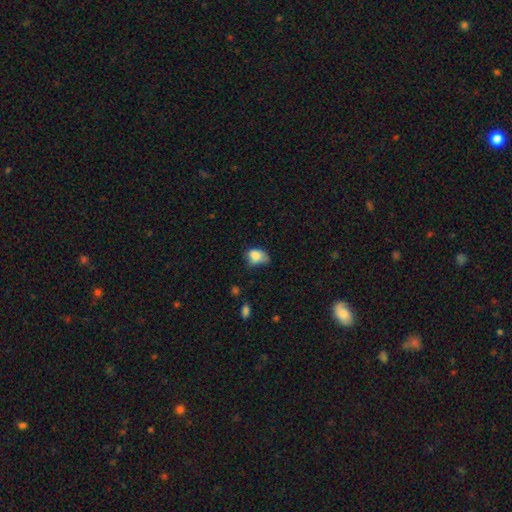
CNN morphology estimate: Smooth or featured?
  - smooth: 78% *
  - featured or disk: 12%
  - star or artifact: 10%
How rounded?
  - in between: 71% *
  - round: 28%
  - cigar-shaped: 1%
Merging?
  - minor disturbance: 42% *
  - none: 33%
  - major disturbance: 21%
  - merger: 5%